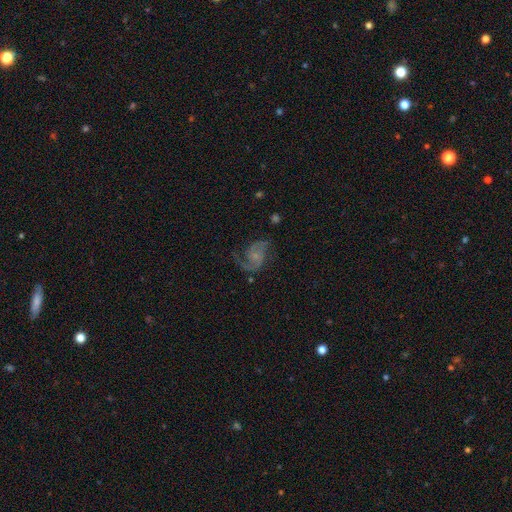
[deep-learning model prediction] smooth_or_featured: featured or disk (p=0.84) [alt: smooth p=0.09]
disk_edge_on: no (p=0.98) [alt: yes p=0.02]
bar: no (p=0.68) [alt: weak p=0.28]
has_spiral_arms: yes (p=0.96) [alt: no p=0.04]
spiral_winding: medium (p=0.49) [alt: loose p=0.36]
spiral_arm_count: 2 (p=0.85) [alt: 1 p=0.07]
bulge_size: small (p=0.65) [alt: moderate p=0.21]
merging: none (p=0.65) [alt: minor disturbance p=0.19]